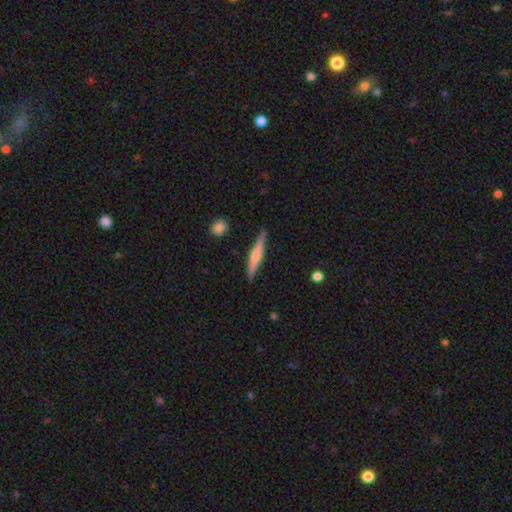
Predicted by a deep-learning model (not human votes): Q: Smooth or featured?
A: featured or disk (57%); runner-up: smooth (37%)
Q: Edge-on disk?
A: yes (97%); runner-up: no (3%)
Q: Edge-on bulge?
A: rounded (69%); runner-up: boxy (18%)
Q: Merging?
A: none (88%); runner-up: minor disturbance (9%)